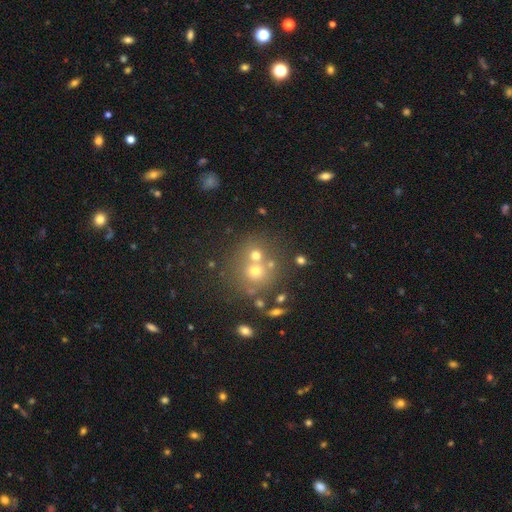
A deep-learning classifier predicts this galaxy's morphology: A smooth galaxy with no disk features (61%) that is round (85%).

Vote fractions:
- Smooth or featured? smooth: 61% / featured or disk: 20% / star or artifact: 19%
- How rounded? round: 85% / in between: 14% / cigar-shaped: 1%
- Merging? none: 49% / merger: 37% / minor disturbance: 9% / major disturbance: 5%